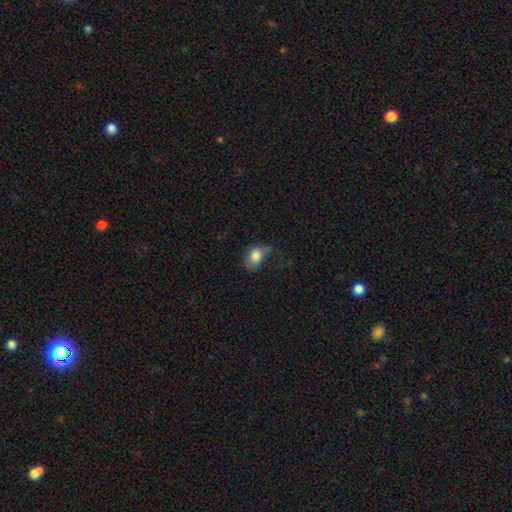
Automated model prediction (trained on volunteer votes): A smooth galaxy with no disk features (80%) that is in between round and cigar-shaped (76%).

Vote fractions:
- Smooth or featured? smooth: 80% / featured or disk: 11% / star or artifact: 9%
- How rounded? in between: 76% / round: 22% / cigar-shaped: 1%
- Merging? none: 34% / minor disturbance: 33% / major disturbance: 30% / merger: 4%